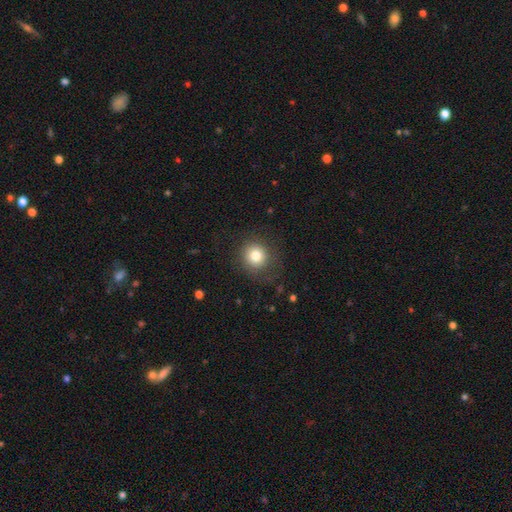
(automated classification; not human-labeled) Smooth or featured?
  - smooth: 80% *
  - star or artifact: 11%
  - featured or disk: 8%
How rounded?
  - round: 90% *
  - in between: 9%
  - cigar-shaped: 1%
Merging?
  - none: 81% *
  - minor disturbance: 12%
  - major disturbance: 6%
  - merger: 1%